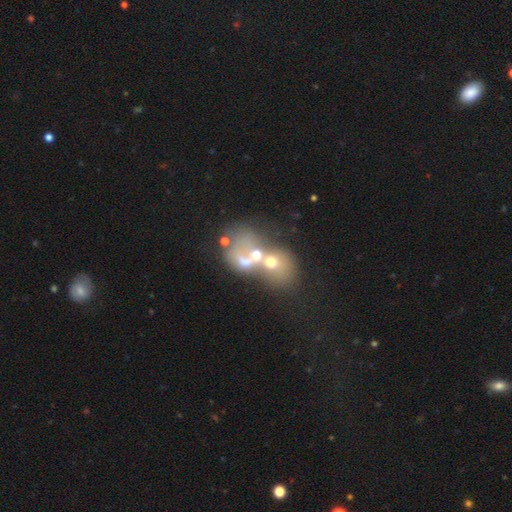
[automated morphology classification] Q: Smooth or featured?
A: featured or disk (47%); runner-up: smooth (35%)
Q: Merging?
A: merger (74%); runner-up: none (13%)